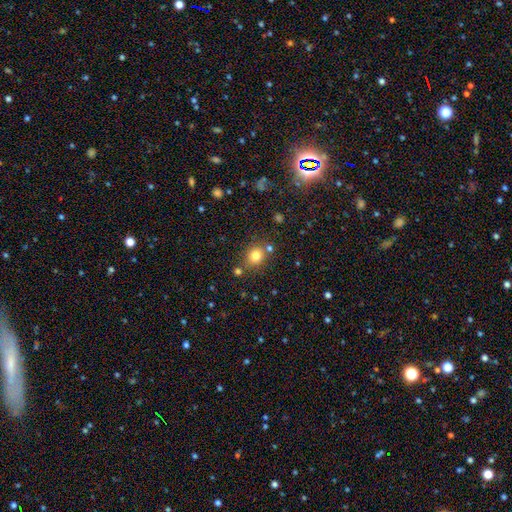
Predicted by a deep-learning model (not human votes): smooth 79%, star or artifact 13%, featured or disk 7%. Down the decision tree: how rounded — round (74%); merging — none (74%).